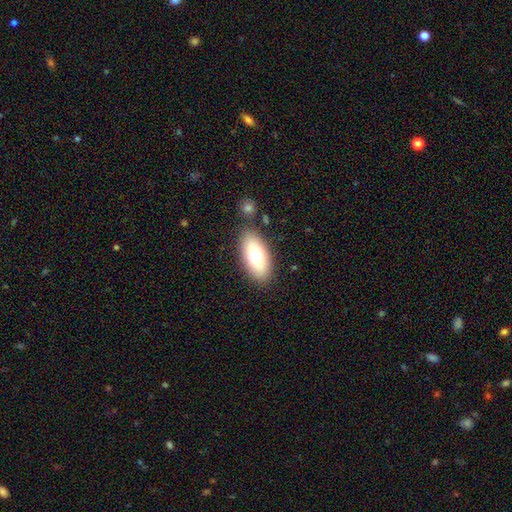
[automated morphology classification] smooth-or-featured: smooth: 74% | featured or disk: 19% | star or artifact: 7%
  how-rounded: in between: 87% | cigar-shaped: 10% | round: 3%
  merging: none: 82% | minor disturbance: 11% | merger: 4% | major disturbance: 3%